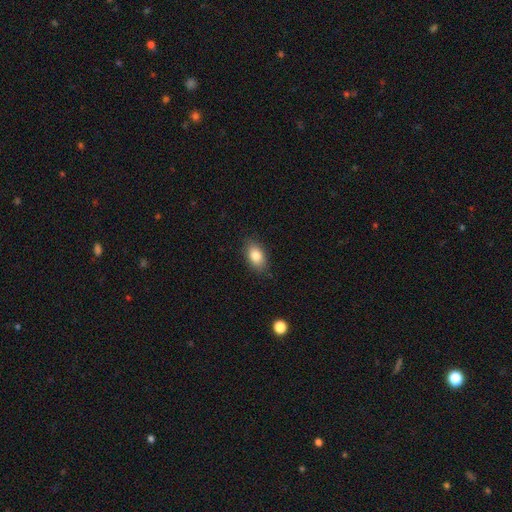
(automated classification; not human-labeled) Q: Smooth or featured?
A: smooth (82%); runner-up: featured or disk (10%)
Q: How rounded?
A: in between (88%); runner-up: round (9%)
Q: Merging?
A: none (84%); runner-up: minor disturbance (12%)